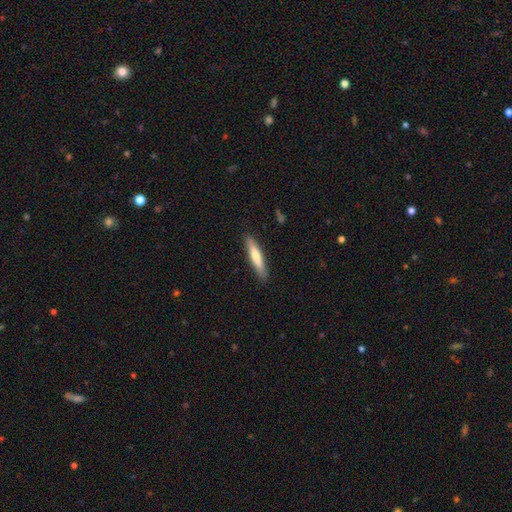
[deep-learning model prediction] A smooth galaxy with no disk features (65%) that is cigar-shaped (89%).

Vote fractions:
- Smooth or featured? smooth: 65% / featured or disk: 29% / star or artifact: 5%
- How rounded? cigar-shaped: 89% / in between: 10% / round: 1%
- Merging? none: 88% / minor disturbance: 9% / major disturbance: 2% / merger: 1%